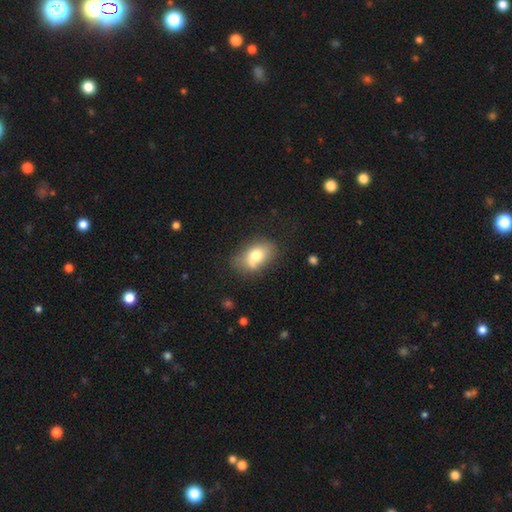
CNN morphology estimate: type=smooth (73%); roundness=in between (83%); merging=none (57%).